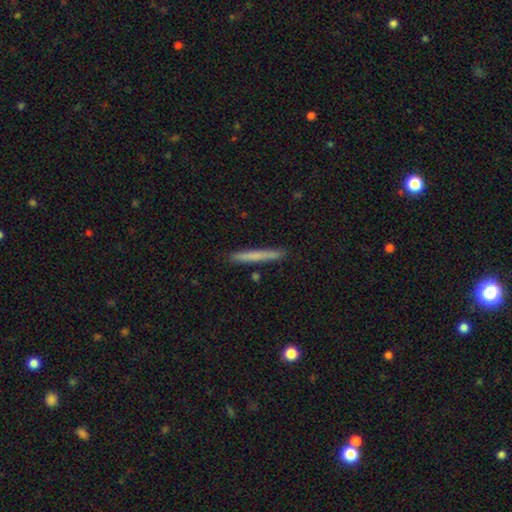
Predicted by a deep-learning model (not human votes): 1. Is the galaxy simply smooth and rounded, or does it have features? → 71% smooth, 23% featured or disk, 6% star or artifact.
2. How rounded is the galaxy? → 97% cigar-shaped, 2% in between, 1% round.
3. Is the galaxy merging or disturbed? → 90% none, 7% minor disturbance, 1% merger, 1% major disturbance.